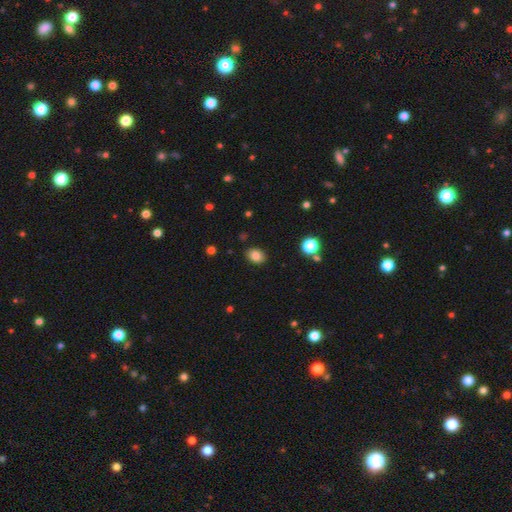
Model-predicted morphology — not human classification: Smooth or featured: smooth — 84% (star or artifact — 10%)
How rounded: in between — 66% (round — 33%)
Merging: none — 88% (minor disturbance — 8%)